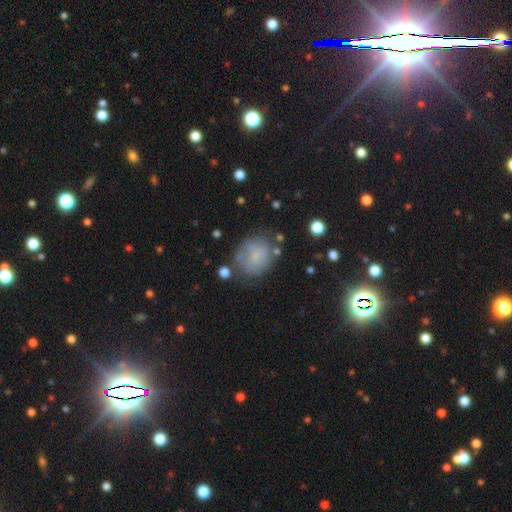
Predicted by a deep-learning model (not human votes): A smooth galaxy with no disk features (66%) that is round (69%). Merging: none (65%).